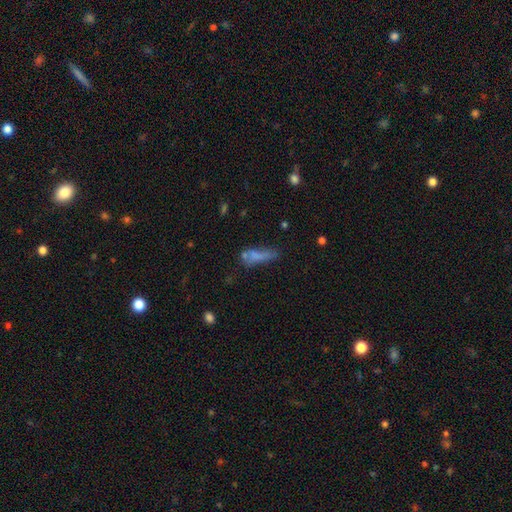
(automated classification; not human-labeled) smooth_or_featured: smooth (p=0.66) [alt: featured or disk p=0.22]
how_rounded: cigar-shaped (p=0.57) [alt: in between p=0.40]
merging: none (p=0.38) [alt: minor disturbance p=0.24]